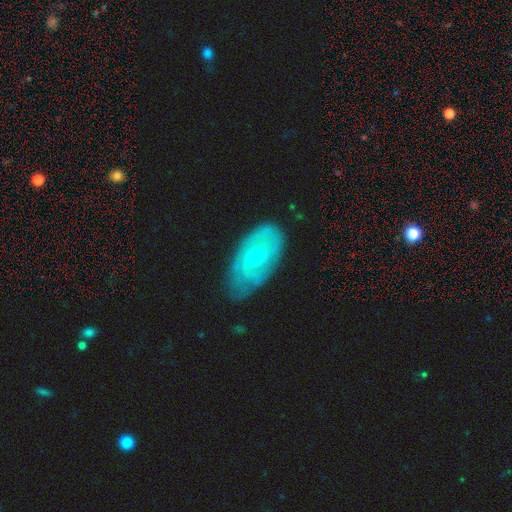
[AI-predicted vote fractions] smooth_or_featured: featured or disk (p=0.72) [alt: smooth p=0.23]
disk_edge_on: no (p=0.95) [alt: yes p=0.05]
bar: no (p=0.63) [alt: weak p=0.31]
has_spiral_arms: yes (p=0.84) [alt: no p=0.16]
spiral_winding: tight (p=0.61) [alt: medium p=0.29]
spiral_arm_count: can't tell (p=0.45) [alt: 2 p=0.35]
bulge_size: small (p=0.70) [alt: moderate p=0.27]
merging: none (p=0.62) [alt: minor disturbance p=0.28]